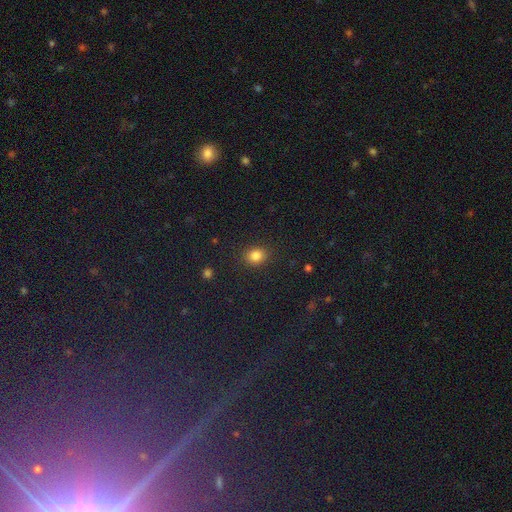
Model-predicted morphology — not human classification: smooth 83%, star or artifact 12%, featured or disk 5%. Down the decision tree: how rounded — round (64%); merging — none (88%).